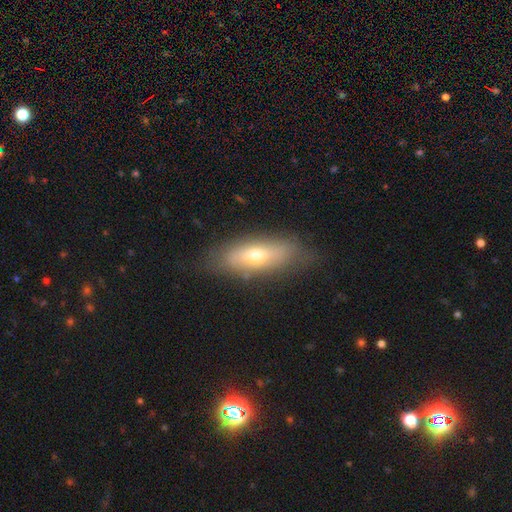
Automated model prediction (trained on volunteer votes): Smooth or featured? smooth (57%)
How rounded? in between (65%)
Merging? none (77%)